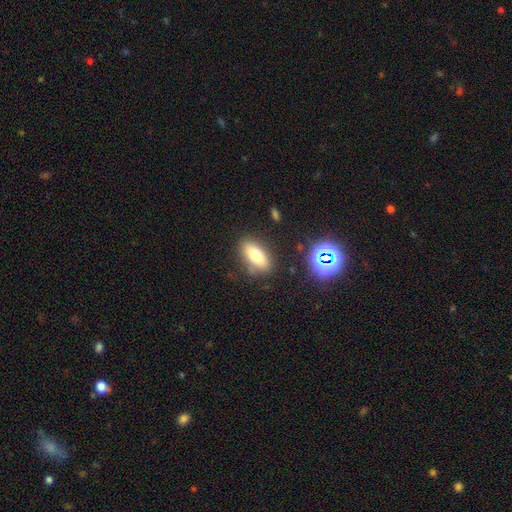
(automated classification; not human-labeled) Q: Smooth or featured?
A: smooth (75%); runner-up: featured or disk (15%)
Q: How rounded?
A: in between (81%); runner-up: cigar-shaped (15%)
Q: Merging?
A: none (80%); runner-up: minor disturbance (13%)